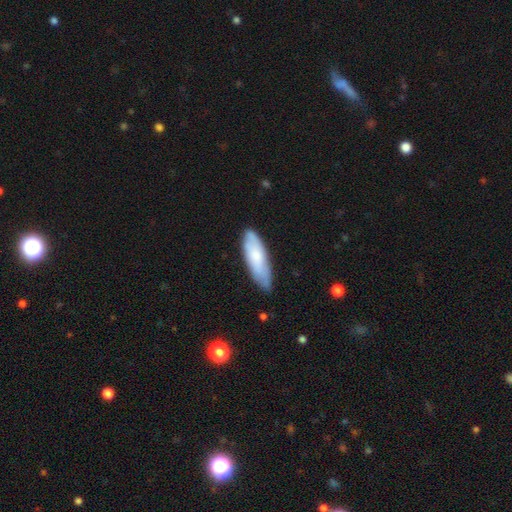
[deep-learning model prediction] smooth 71%, featured or disk 24%, star or artifact 6%. Down the decision tree: how rounded — in between (57%); merging — none (74%).